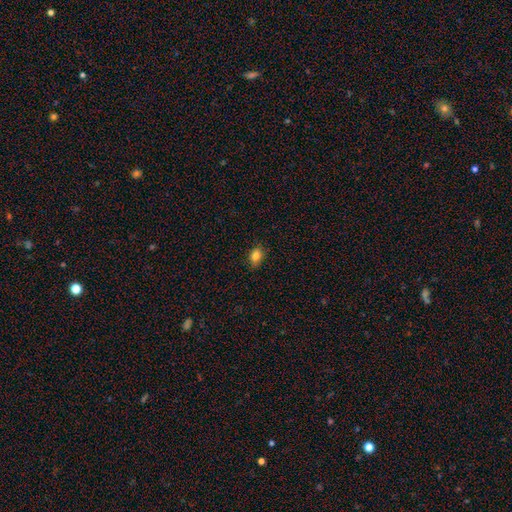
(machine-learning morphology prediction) A smooth galaxy with no disk features (83%) that is in between round and cigar-shaped (75%).

Vote fractions:
- Smooth or featured? smooth: 83% / star or artifact: 10% / featured or disk: 7%
- How rounded? in between: 75% / round: 23% / cigar-shaped: 2%
- Merging? none: 80% / minor disturbance: 16% / major disturbance: 3% / merger: 1%